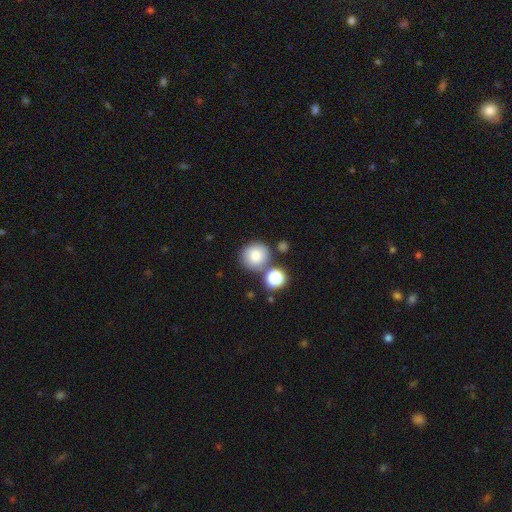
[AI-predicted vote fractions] Overall: smooth (81%). How rounded: round (89%). Merging: none (69%).